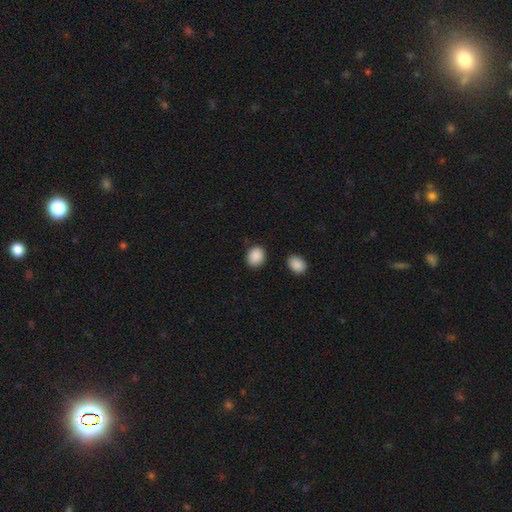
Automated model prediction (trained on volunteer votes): A smooth galaxy with no disk features (89%) that is round (59%). Merging: none (84%).